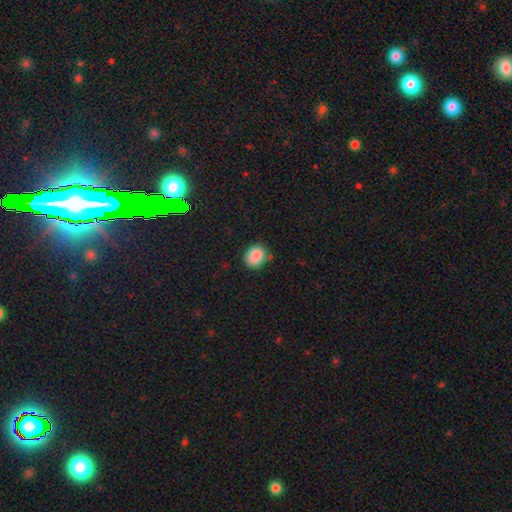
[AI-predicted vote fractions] Smooth or featured: smooth — 87% (star or artifact — 9%)
How rounded: round — 65% (in between — 34%)
Merging: none — 77% (minor disturbance — 17%)